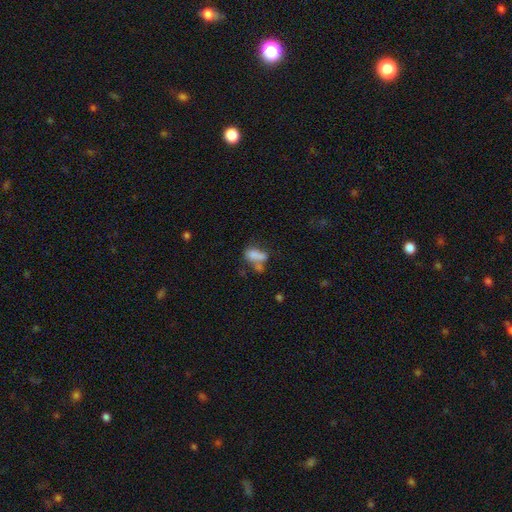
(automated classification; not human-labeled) smooth_or_featured: smooth (p=0.69) [alt: featured or disk p=0.19]
how_rounded: in between (p=0.81) [alt: round p=0.10]
merging: merger (p=0.44) [alt: none p=0.25]